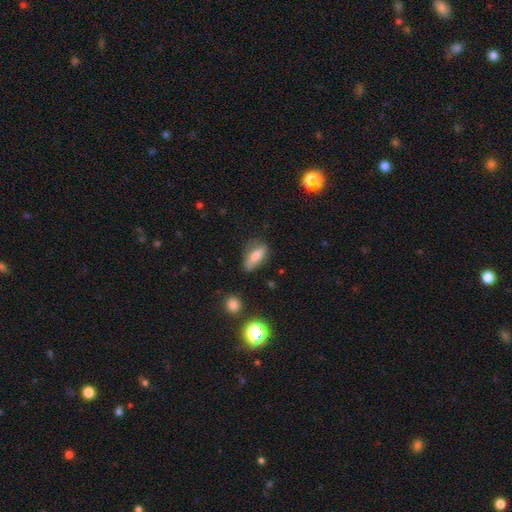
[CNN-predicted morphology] This is likely a smooth galaxy (71%). How rounded: likely in between (65%). Merging: likely none (71%).